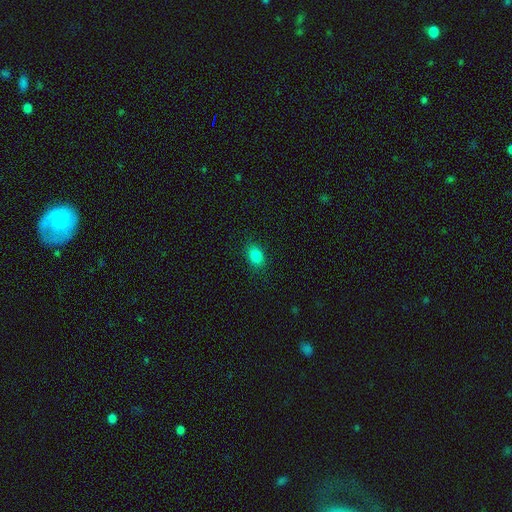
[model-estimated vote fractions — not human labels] A smooth galaxy with no disk features (84%) that is in between round and cigar-shaped (79%). Merging: none (86%).